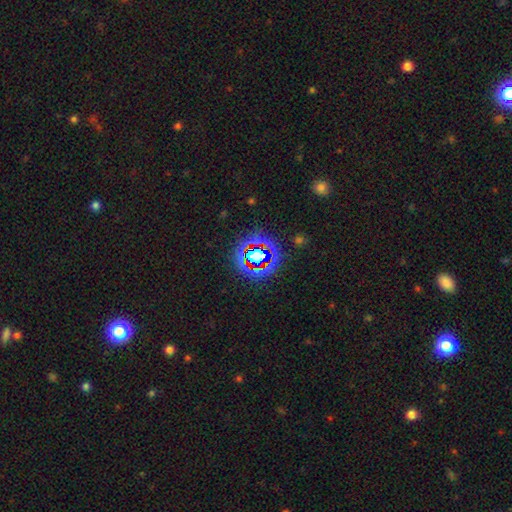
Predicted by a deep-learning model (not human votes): Smooth or featured? star or artifact (68%)